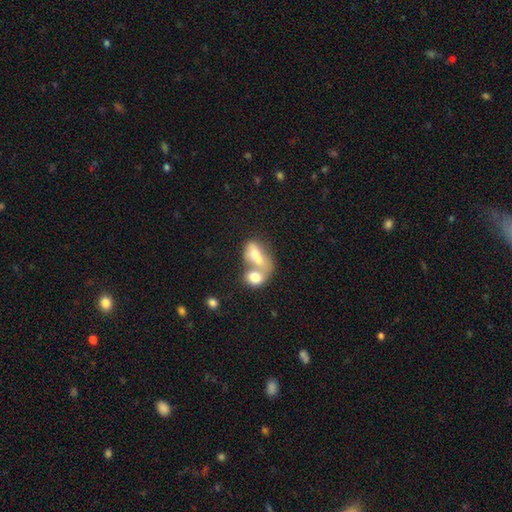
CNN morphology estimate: Smooth or featured? smooth (65%)
How rounded? in between (81%)
Merging? merger (71%)